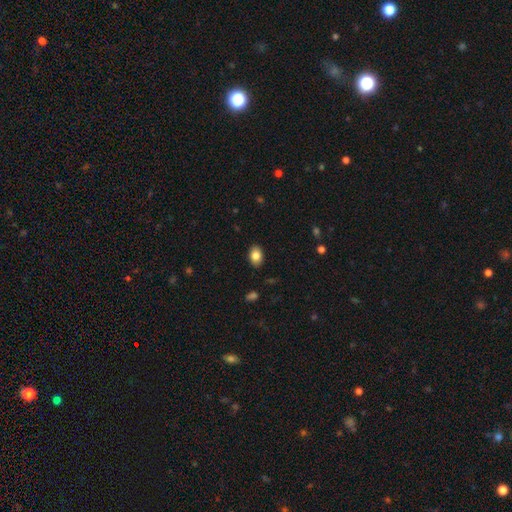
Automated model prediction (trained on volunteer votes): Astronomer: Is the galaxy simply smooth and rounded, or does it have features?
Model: smooth — 84%.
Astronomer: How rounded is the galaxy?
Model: in between — 83%.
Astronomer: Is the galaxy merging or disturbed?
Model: none — 88%.